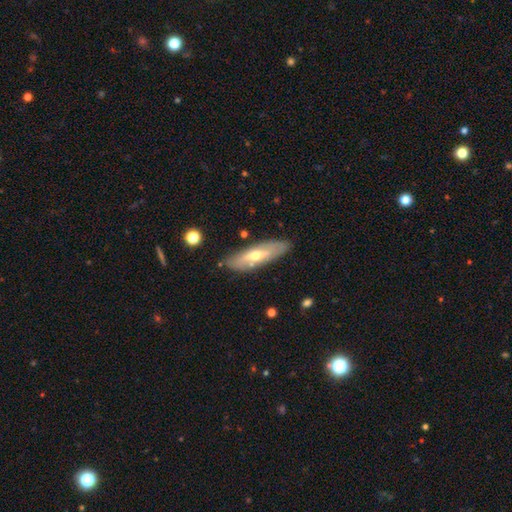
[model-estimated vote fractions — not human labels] Overall: featured or disk (54%; smooth 40%). Edge-on disk: no (57%; yes 43%). Merging: none (81%).